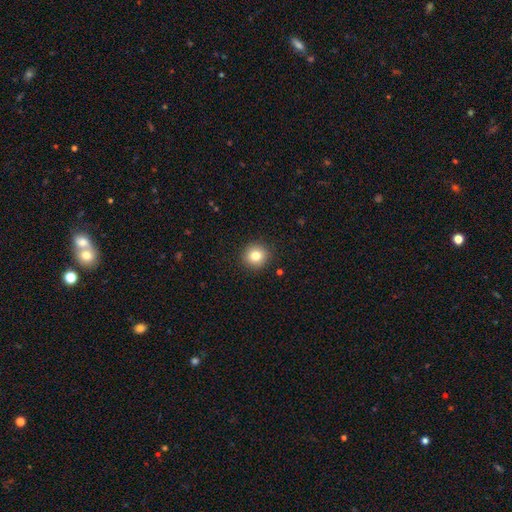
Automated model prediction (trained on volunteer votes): Overall: smooth (81%). How rounded: round (93%). Merging: none (91%).